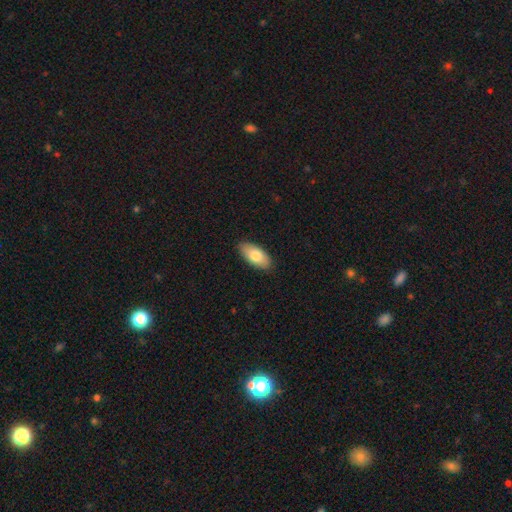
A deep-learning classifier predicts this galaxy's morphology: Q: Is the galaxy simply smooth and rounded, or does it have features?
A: smooth — 78%.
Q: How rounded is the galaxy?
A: in between — 92%.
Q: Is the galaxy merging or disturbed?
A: none — 88%.